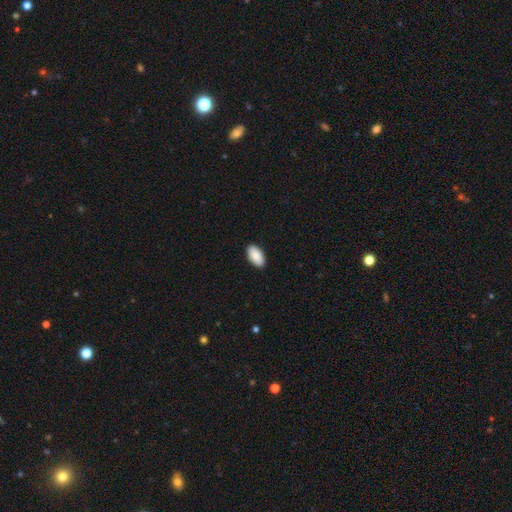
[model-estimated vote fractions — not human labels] The model was most divided on "merging": none: 90%, minor disturbance: 7%, major disturbance: 2%, merger: 1%. More confident: how rounded — in between (95%); smooth or featured — smooth (90%).